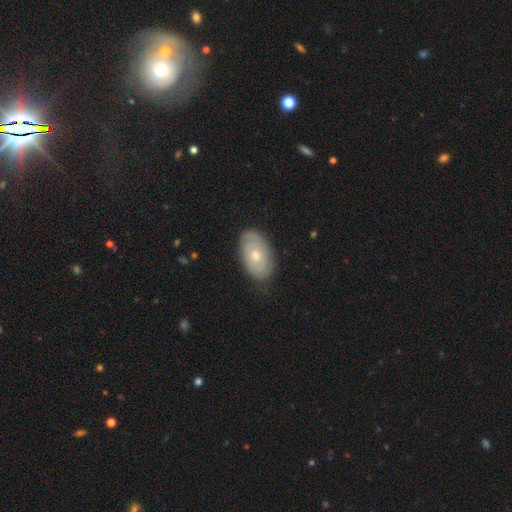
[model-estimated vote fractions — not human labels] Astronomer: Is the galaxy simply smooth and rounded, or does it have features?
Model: featured or disk — 54% (runner-up: smooth, 40%).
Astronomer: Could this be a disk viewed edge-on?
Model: no — 93%.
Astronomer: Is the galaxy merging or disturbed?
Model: none — 79%.